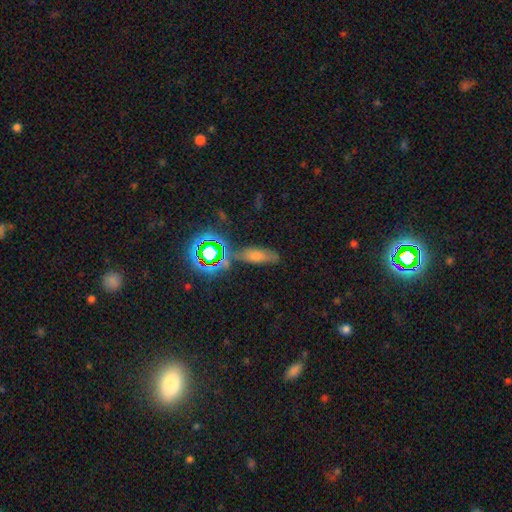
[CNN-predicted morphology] Overall: smooth (45%; star or artifact 34%). Merging: none (74%).